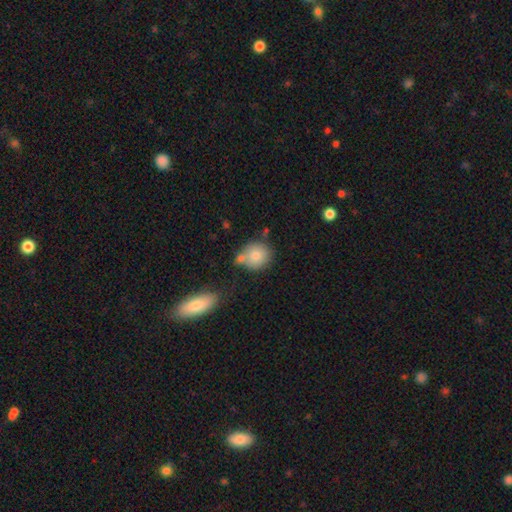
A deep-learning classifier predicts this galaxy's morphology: The model was most divided on "merging": none: 58%, merger: 24%, minor disturbance: 14%, major disturbance: 4%. More confident: how rounded — round (83%); smooth or featured — smooth (80%).